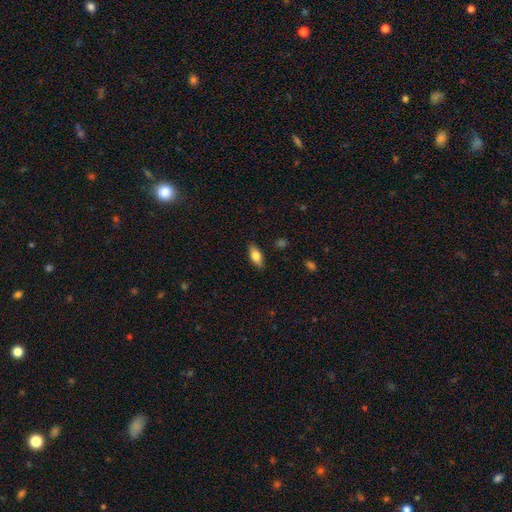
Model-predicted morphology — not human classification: A smooth galaxy with no disk features (77%) that is in between round and cigar-shaped (85%).

Vote fractions:
- Smooth or featured? smooth: 77% / featured or disk: 16% / star or artifact: 7%
- How rounded? in between: 85% / cigar-shaped: 12% / round: 4%
- Merging? none: 86% / minor disturbance: 11% / major disturbance: 2% / merger: 1%